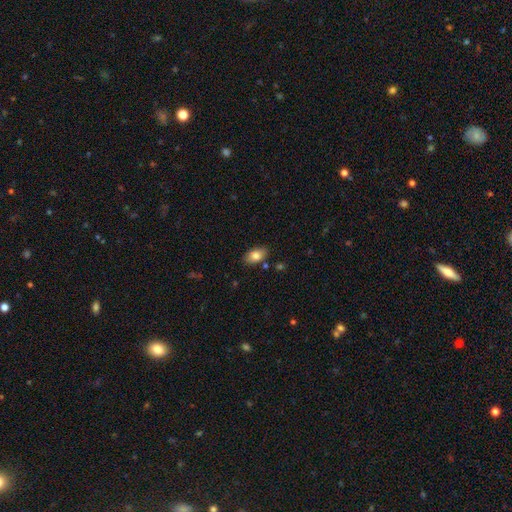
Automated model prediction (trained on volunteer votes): This appears to be a smooth galaxy with no disk features (82%) that is in between round and cigar-shaped (91%). Merging: none (83%).